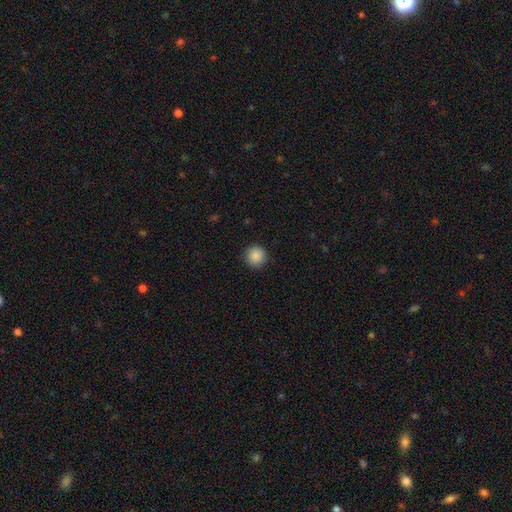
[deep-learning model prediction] This appears to be a smooth galaxy with no disk features (88%) that is round (95%). Merging: none (92%).